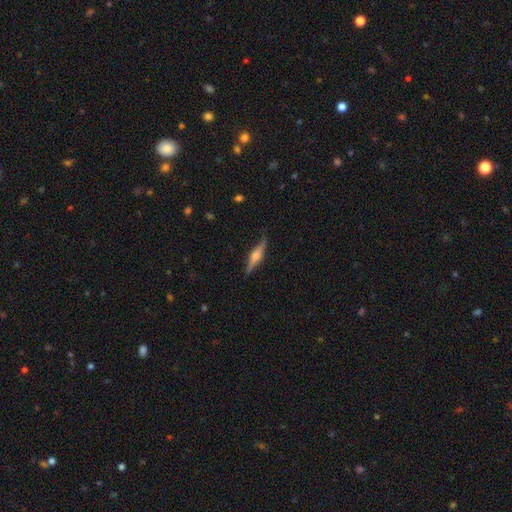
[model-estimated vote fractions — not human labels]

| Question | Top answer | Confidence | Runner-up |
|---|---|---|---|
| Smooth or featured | featured or disk | 70% | smooth (24%) |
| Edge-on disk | yes | 97% | no (3%) |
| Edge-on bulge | rounded | 85% | boxy (11%) |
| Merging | none | 85% | minor disturbance (11%) |